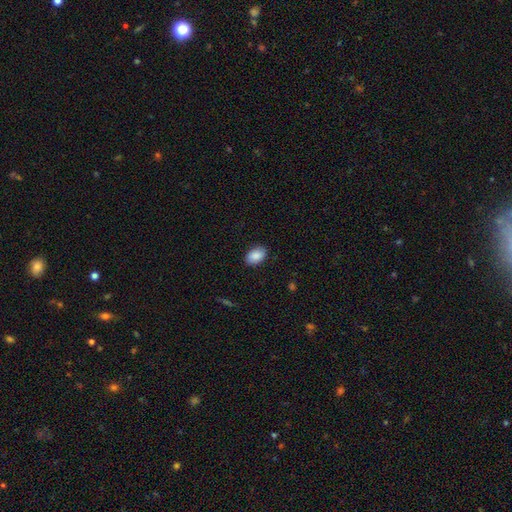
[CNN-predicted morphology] Q: Smooth or featured?
A: smooth (89%); runner-up: star or artifact (7%)
Q: How rounded?
A: in between (90%); runner-up: round (8%)
Q: Merging?
A: none (87%); runner-up: minor disturbance (10%)